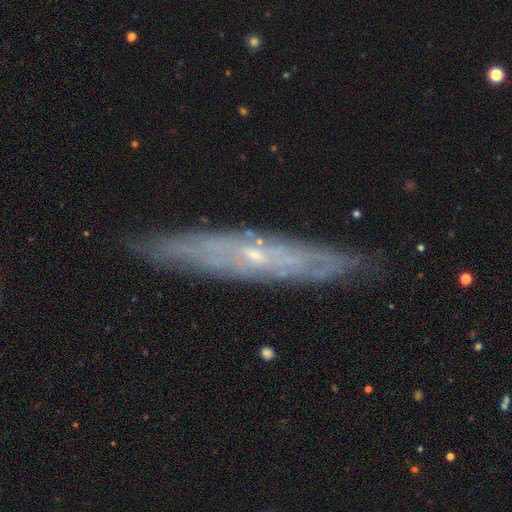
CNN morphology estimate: Overall: featured or disk (77%). Edge-on disk: yes (55%; no 45%). Merging: none (85%).